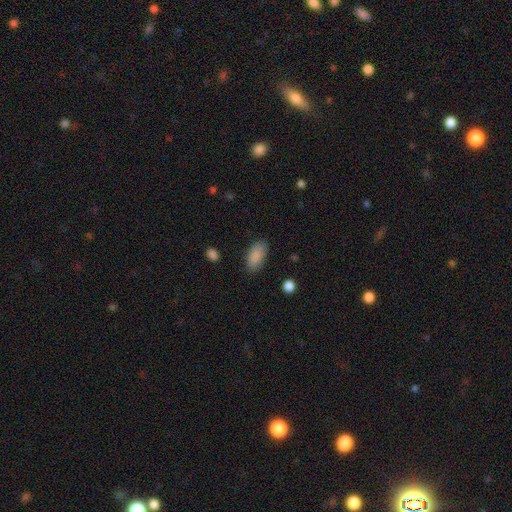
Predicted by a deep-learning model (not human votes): This is clearly a smooth galaxy (89%). How rounded: clearly in between (92%). Merging: clearly none (85%).